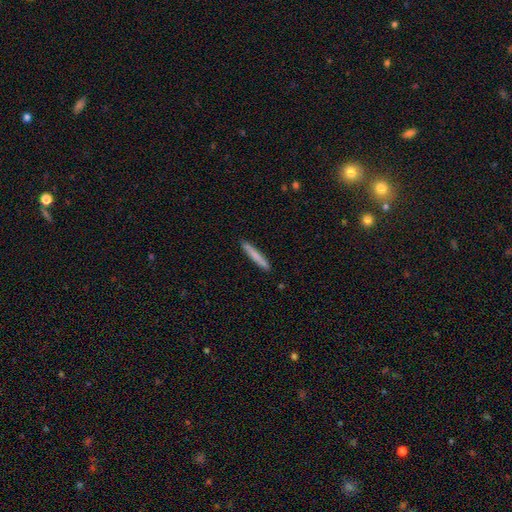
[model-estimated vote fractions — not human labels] A smooth galaxy with no disk features (77%) that is cigar-shaped (96%). Merging: none (91%).